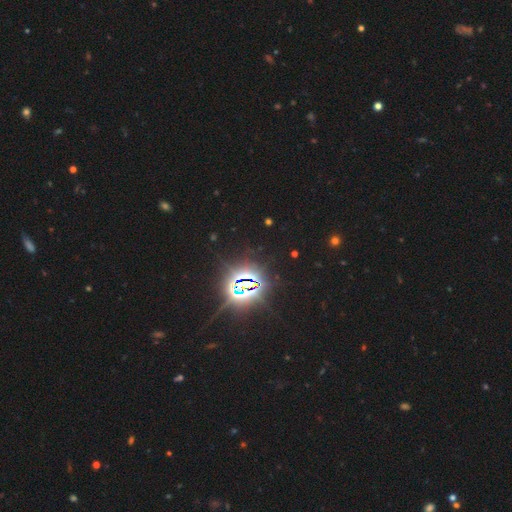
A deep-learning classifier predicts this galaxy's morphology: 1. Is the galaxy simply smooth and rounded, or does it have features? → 85% star or artifact, 10% smooth, 5% featured or disk.